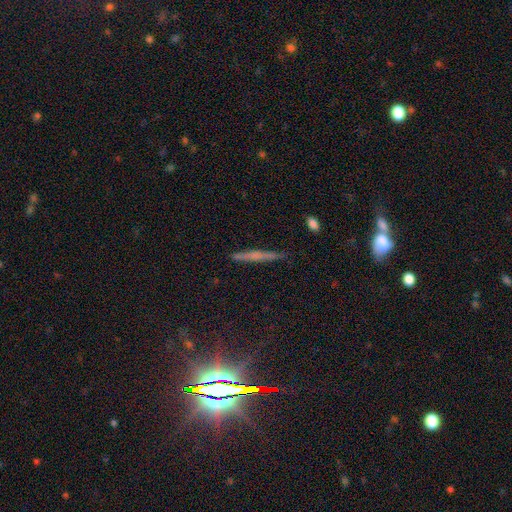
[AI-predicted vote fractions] This appears to be a featured or disk galaxy (46%). Merging: none (87%).